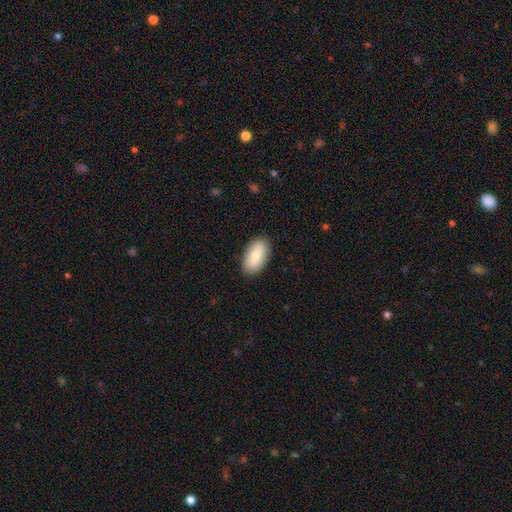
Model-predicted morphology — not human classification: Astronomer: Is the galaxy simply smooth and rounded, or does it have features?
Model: smooth — 81%.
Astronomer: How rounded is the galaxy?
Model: in between — 94%.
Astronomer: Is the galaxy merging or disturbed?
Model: none — 88%.